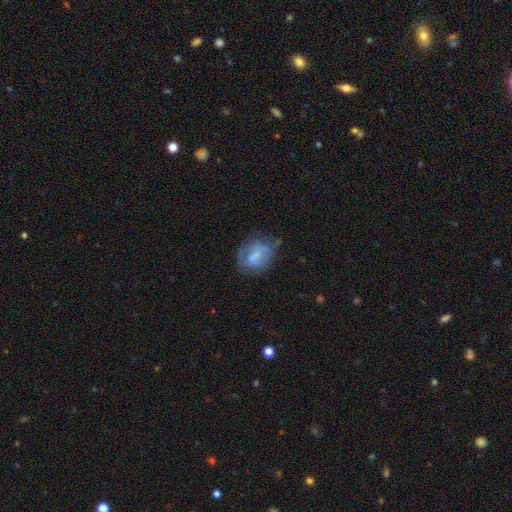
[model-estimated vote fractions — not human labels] Smooth or featured: featured or disk — 50% (smooth — 41%)
Edge-on disk: no — 97% (yes — 3%)
Merging: none — 47% (minor disturbance — 27%)